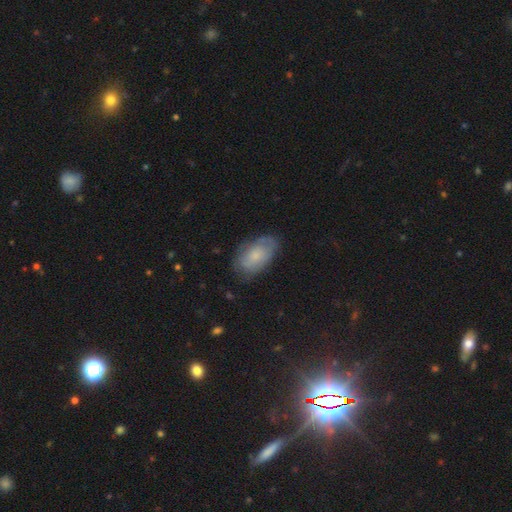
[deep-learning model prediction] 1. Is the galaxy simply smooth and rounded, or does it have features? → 61% smooth, 32% featured or disk, 7% star or artifact.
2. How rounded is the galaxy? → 93% in between, 4% round, 2% cigar-shaped.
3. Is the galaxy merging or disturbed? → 69% none, 23% minor disturbance, 7% major disturbance, 1% merger.